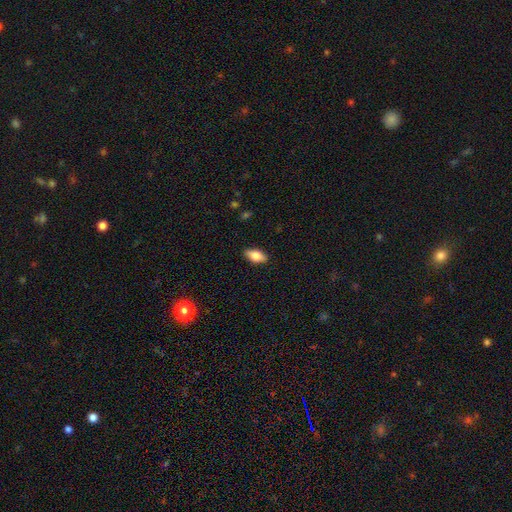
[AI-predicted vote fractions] Overall: smooth (79%). How rounded: in between (88%). Merging: none (88%).